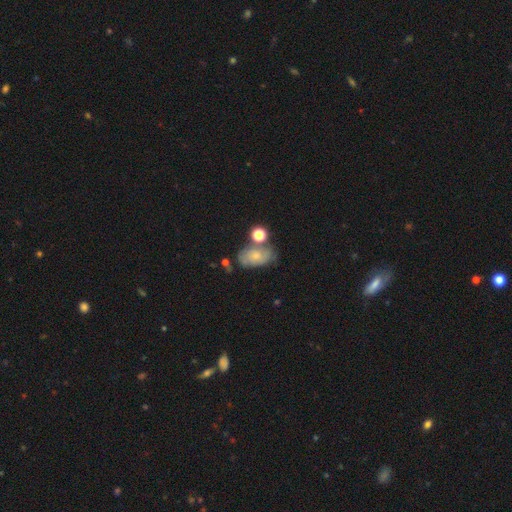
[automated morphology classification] Smooth or featured? smooth (59%)
How rounded? in between (85%)
Merging? none (51%)